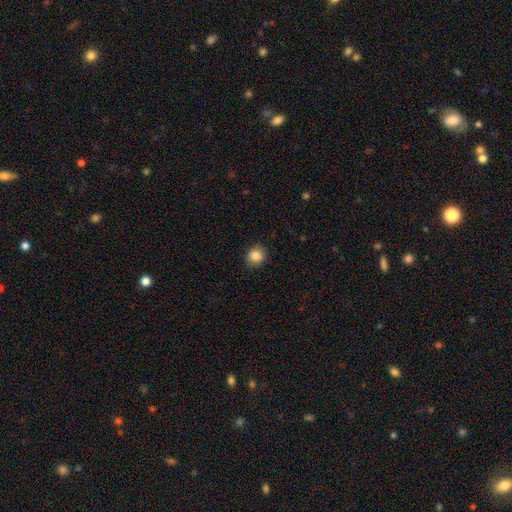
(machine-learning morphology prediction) Smooth or featured? Predicted: smooth (p=0.86). How rounded? Predicted: round (p=0.73). Merging? Predicted: none (p=0.83).